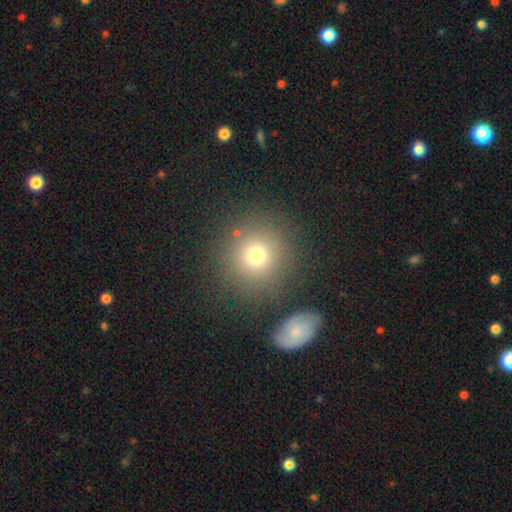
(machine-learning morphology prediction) Q: Smooth or featured?
A: smooth (74%); runner-up: star or artifact (15%)
Q: How rounded?
A: round (92%); runner-up: in between (7%)
Q: Merging?
A: none (81%); runner-up: minor disturbance (8%)